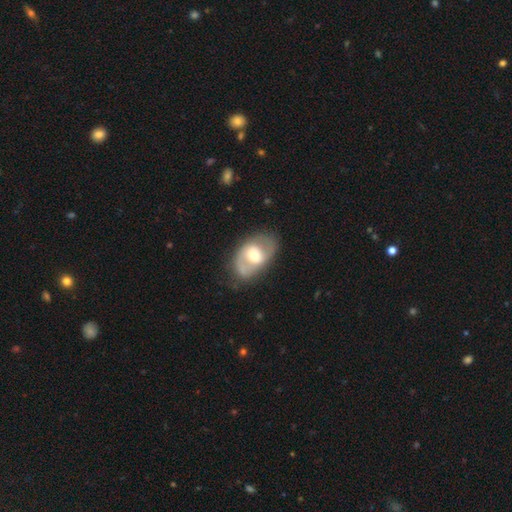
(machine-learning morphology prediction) Smooth or featured? Predicted: featured or disk (p=0.64). Edge-on disk? Predicted: no (p=0.94). Bar? Predicted: no (p=0.42). Spiral arms? Predicted: yes (p=0.68). Bulge size? Predicted: moderate (p=0.67). Merging? Predicted: none (p=0.71).